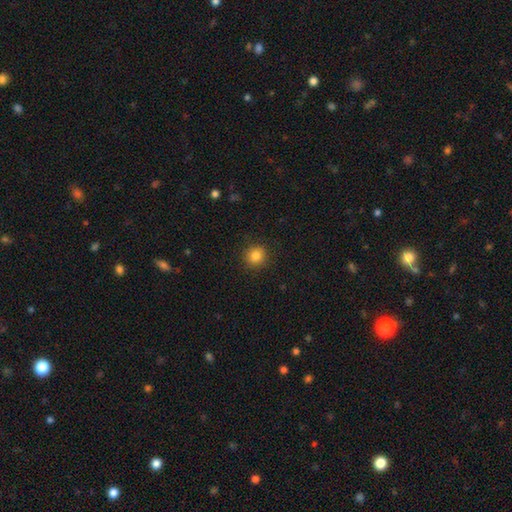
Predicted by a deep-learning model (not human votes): A smooth galaxy with no disk features (84%) that is round (85%).

Vote fractions:
- Smooth or featured? smooth: 84% / star or artifact: 11% / featured or disk: 5%
- How rounded? round: 85% / in between: 14% / cigar-shaped: 1%
- Merging? none: 89% / minor disturbance: 8% / major disturbance: 2% / merger: 1%